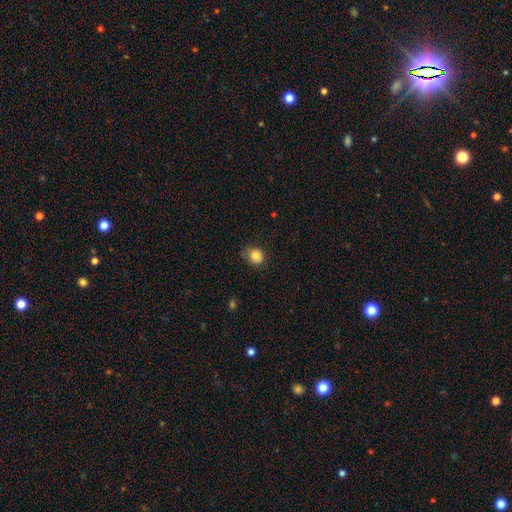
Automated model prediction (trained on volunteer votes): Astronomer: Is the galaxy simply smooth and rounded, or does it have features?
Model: smooth — 84%.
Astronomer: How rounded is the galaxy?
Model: round — 69%.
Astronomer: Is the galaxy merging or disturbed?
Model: none — 70%.